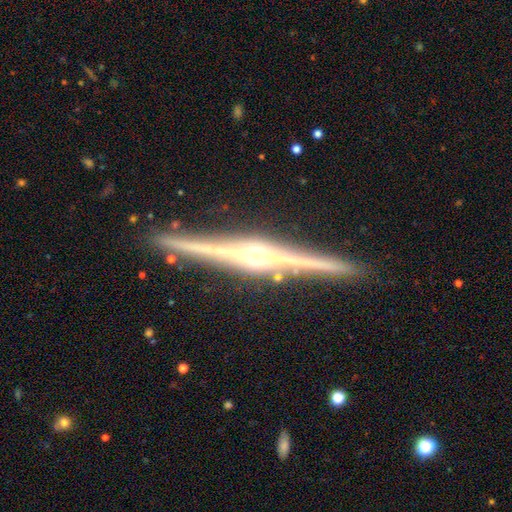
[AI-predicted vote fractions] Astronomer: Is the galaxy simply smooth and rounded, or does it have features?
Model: featured or disk — 91%.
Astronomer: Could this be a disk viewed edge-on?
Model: yes — 99%.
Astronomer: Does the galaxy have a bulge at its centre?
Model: rounded — 89%.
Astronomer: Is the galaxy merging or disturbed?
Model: none — 92%.